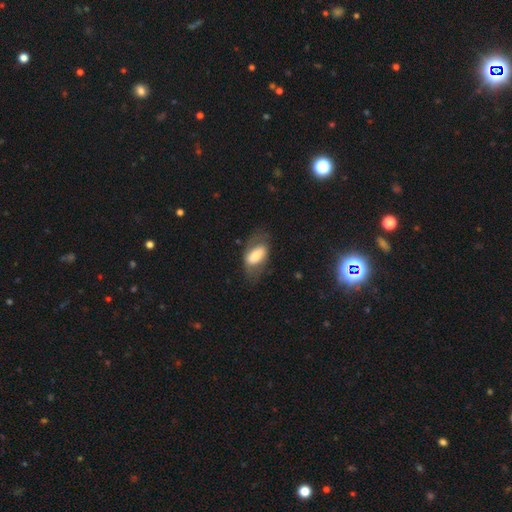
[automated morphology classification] Q: Smooth or featured?
A: smooth (59%); runner-up: featured or disk (34%)
Q: How rounded?
A: in between (90%); runner-up: round (6%)
Q: Merging?
A: none (57%); runner-up: minor disturbance (23%)